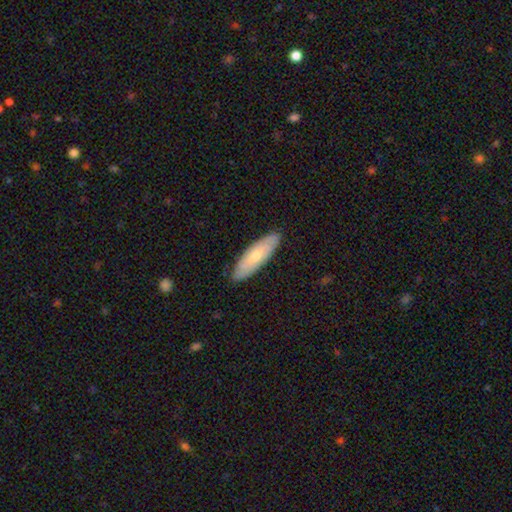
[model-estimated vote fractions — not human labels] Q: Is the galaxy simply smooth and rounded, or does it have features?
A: smooth — 61%.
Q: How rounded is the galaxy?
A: cigar-shaped — 50%.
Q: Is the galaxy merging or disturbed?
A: none — 86%.